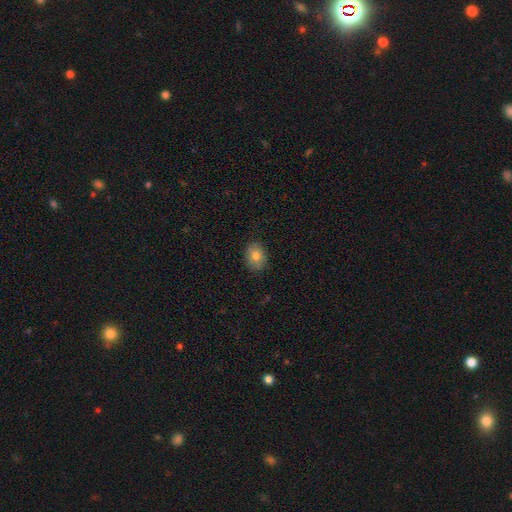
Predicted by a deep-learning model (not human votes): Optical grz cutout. It shows a smooth galaxy with no disk features (78%) that is in between round and cigar-shaped (57%). Merging: none (87%).